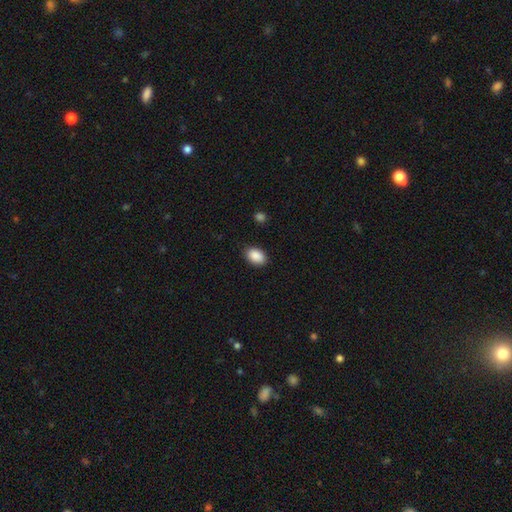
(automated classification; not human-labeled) smooth_or_featured: smooth (p=0.90) [alt: star or artifact p=0.07]
how_rounded: in between (p=0.88) [alt: round p=0.11]
merging: none (p=0.87) [alt: minor disturbance p=0.09]